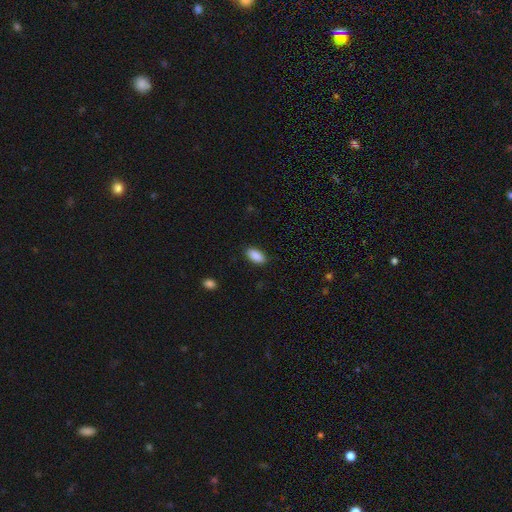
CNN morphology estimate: Smooth or featured: smooth — 90% (star or artifact — 7%)
How rounded: in between — 92% (cigar-shaped — 5%)
Merging: none — 89% (minor disturbance — 8%)